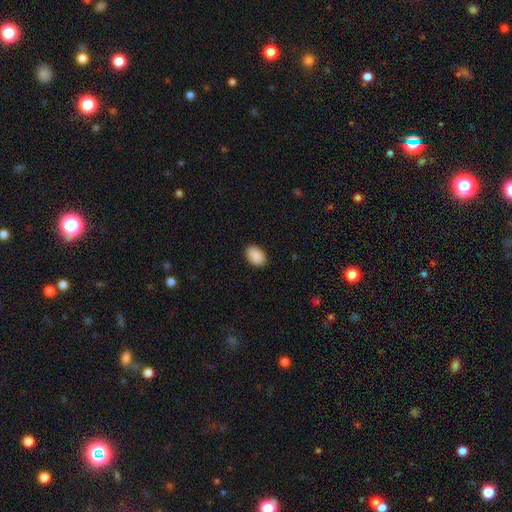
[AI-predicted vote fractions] A smooth galaxy with no disk features (91%) that is in between round and cigar-shaped (88%). Merging: none (89%).